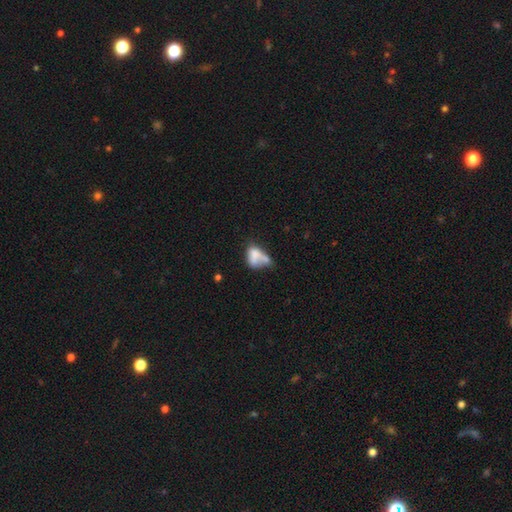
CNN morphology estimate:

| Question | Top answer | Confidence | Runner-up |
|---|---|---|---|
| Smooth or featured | smooth | 62% | featured or disk (28%) |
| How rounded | in between | 80% | round (16%) |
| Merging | merger | 45% | major disturbance (20%) |